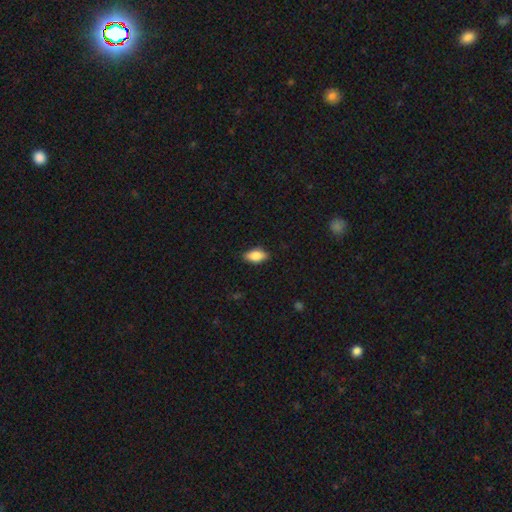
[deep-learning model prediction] Smooth or featured?
  - smooth: 83% *
  - featured or disk: 10%
  - star or artifact: 7%
How rounded?
  - in between: 89% *
  - cigar-shaped: 6%
  - round: 5%
Merging?
  - none: 84% *
  - minor disturbance: 12%
  - major disturbance: 2%
  - merger: 1%